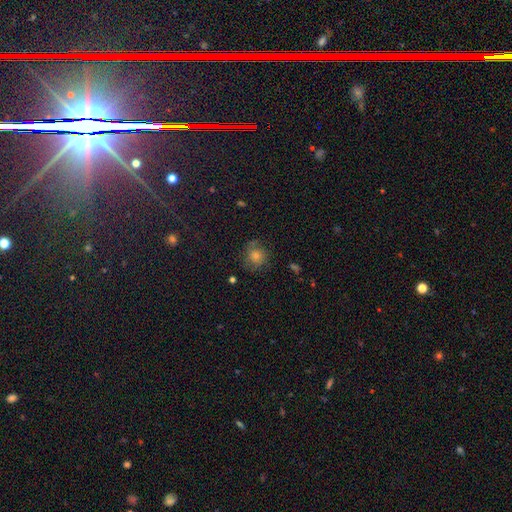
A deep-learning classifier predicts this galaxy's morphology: Smooth or featured? Predicted: smooth (p=0.45). Merging? Predicted: none (p=0.75).